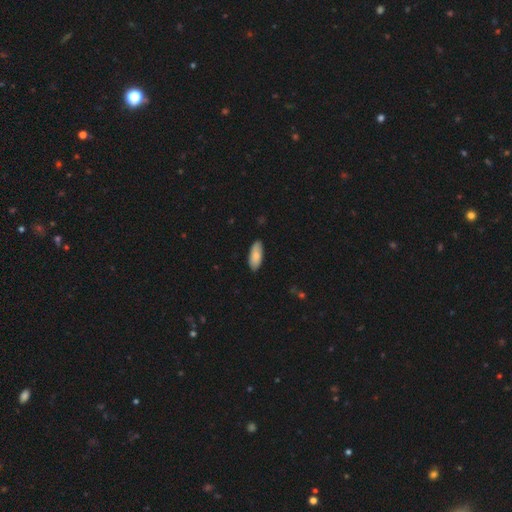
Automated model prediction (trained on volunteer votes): Overall: smooth (81%). How rounded: in between (84%). Merging: none (86%).